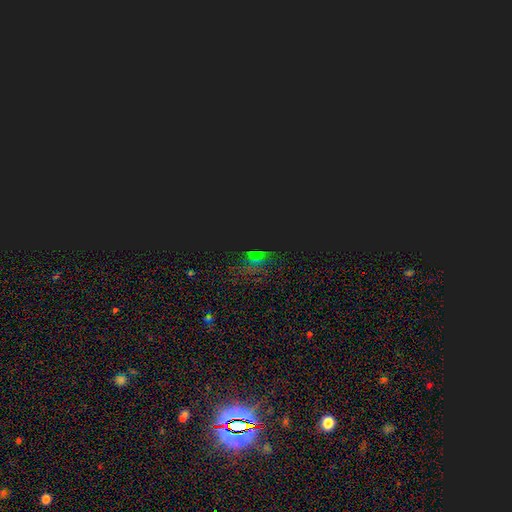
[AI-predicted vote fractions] A star or artifact, not a galaxy (75%).